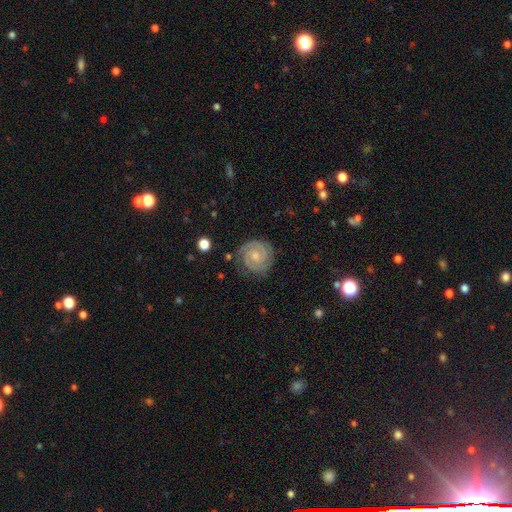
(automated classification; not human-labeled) featured or disk 86%, smooth 8%, star or artifact 5%. Down the decision tree: edge-on disk — no (98%); bar — no (58%); spiral arms — yes (98%); spiral arm count — 2 (81%); spiral winding — tight (75%); bulge size — small (56%); merging — none (80%).